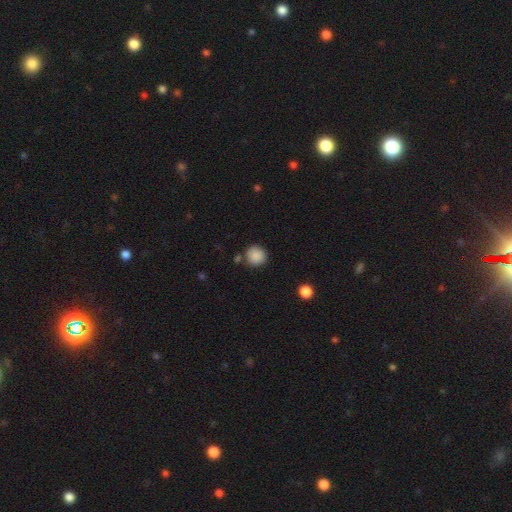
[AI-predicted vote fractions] A smooth galaxy with no disk features (88%) that is round (91%).

Vote fractions:
- Smooth or featured? smooth: 88% / star or artifact: 8% / featured or disk: 4%
- How rounded? round: 91% / in between: 8% / cigar-shaped: 1%
- Merging? none: 81% / minor disturbance: 10% / merger: 6% / major disturbance: 3%